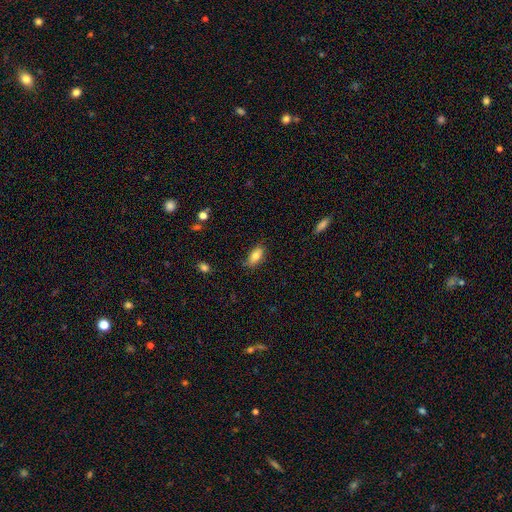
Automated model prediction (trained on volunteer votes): A smooth galaxy with no disk features (80%) that is in between round and cigar-shaped (86%). Merging: none (79%).